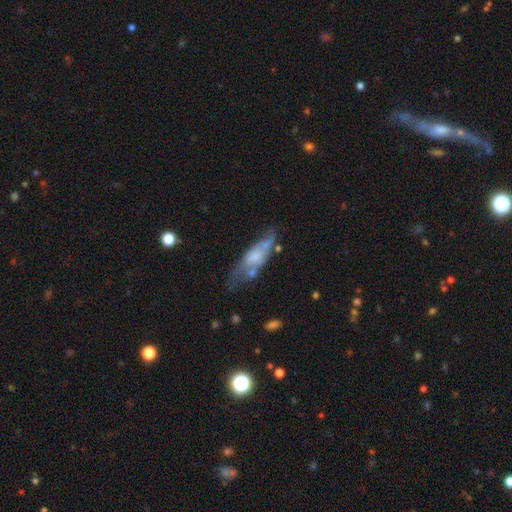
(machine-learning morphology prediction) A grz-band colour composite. It shows a smooth galaxy with no disk features (47%). Merging: none (39%).